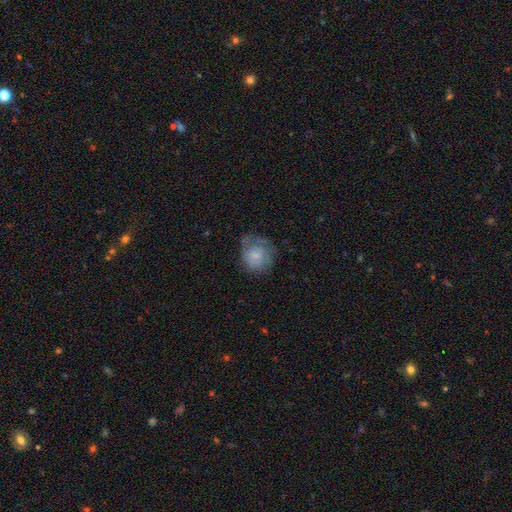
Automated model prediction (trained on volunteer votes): A smooth galaxy with no disk features (53%) that is round (82%).

Vote fractions:
- Smooth or featured? smooth: 53% / featured or disk: 39% / star or artifact: 8%
- How rounded? round: 82% / in between: 17% / cigar-shaped: 1%
- Merging? none: 54% / minor disturbance: 27% / major disturbance: 17% / merger: 2%